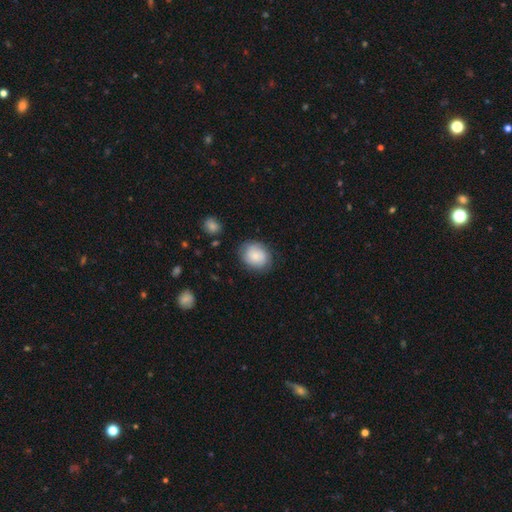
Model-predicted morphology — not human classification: Smooth or featured: smooth — 77% (featured or disk — 16%)
How rounded: round — 58% (in between — 42%)
Merging: none — 77% (minor disturbance — 17%)